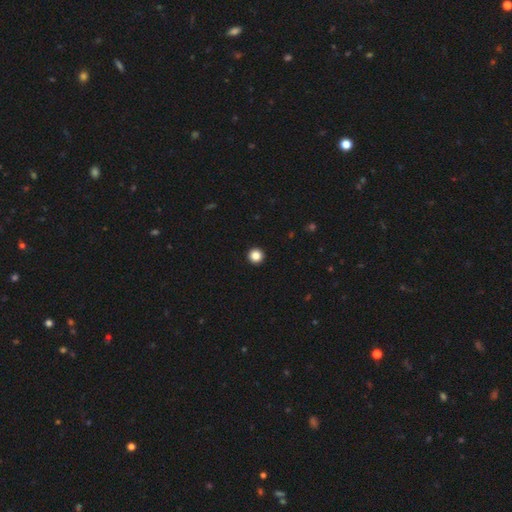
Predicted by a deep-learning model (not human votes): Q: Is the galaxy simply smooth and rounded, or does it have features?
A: smooth — 86%.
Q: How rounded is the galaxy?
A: round — 97%.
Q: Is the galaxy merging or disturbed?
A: none — 95%.